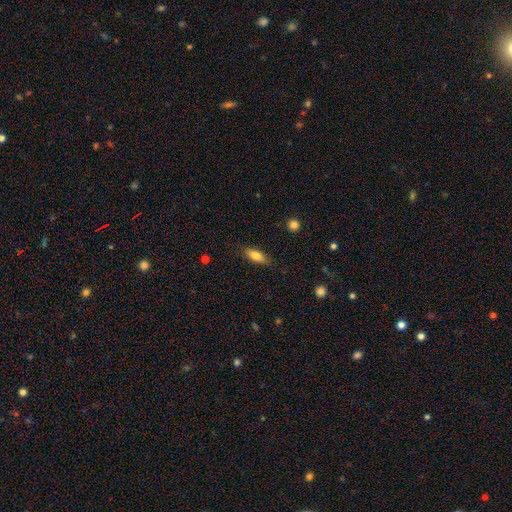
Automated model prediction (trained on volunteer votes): Smooth or featured? Predicted: smooth (p=0.78). How rounded? Predicted: in between (p=0.71). Merging? Predicted: none (p=0.82).